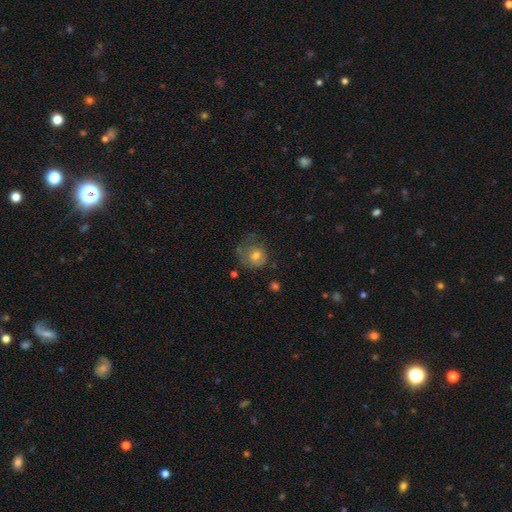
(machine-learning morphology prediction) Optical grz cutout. It shows a smooth galaxy with no disk features (68%) that is round (75%). Merging: none (45%).